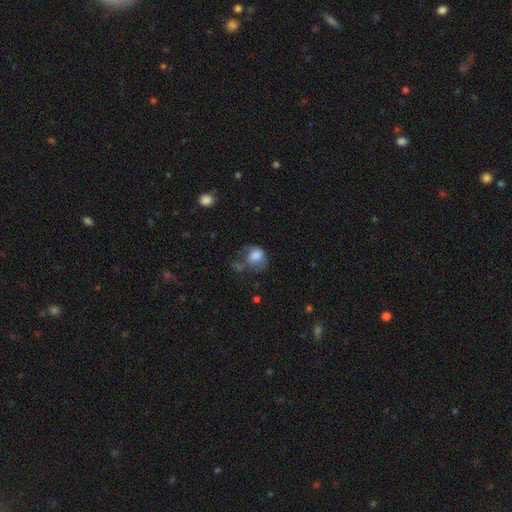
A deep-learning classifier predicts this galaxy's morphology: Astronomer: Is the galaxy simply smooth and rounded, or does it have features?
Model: smooth — 73%.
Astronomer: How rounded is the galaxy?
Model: round — 50% (runner-up: in between, 49%).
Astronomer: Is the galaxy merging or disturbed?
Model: major disturbance — 35% (runner-up: none, 27%).